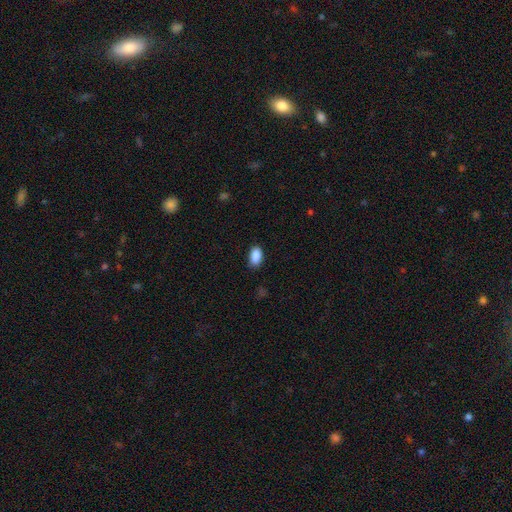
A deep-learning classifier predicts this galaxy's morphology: A smooth galaxy with no disk features (90%) that is in between round and cigar-shaped (93%). Merging: none (83%).